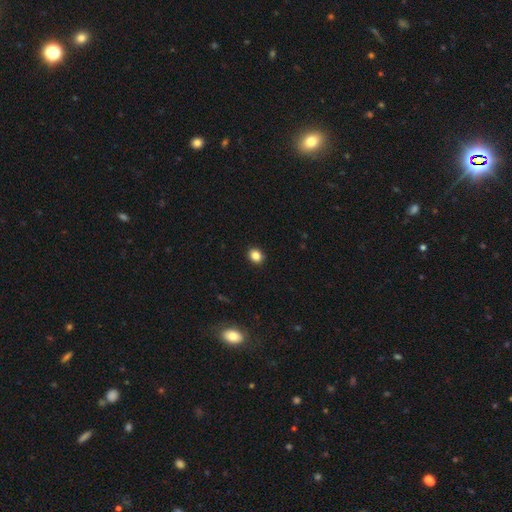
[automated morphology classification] smooth-or-featured: smooth: 85% | star or artifact: 10% | featured or disk: 5%
  how-rounded: round: 58% | in between: 41% | cigar-shaped: 1%
  merging: none: 92% | minor disturbance: 5% | major disturbance: 2% | merger: 1%